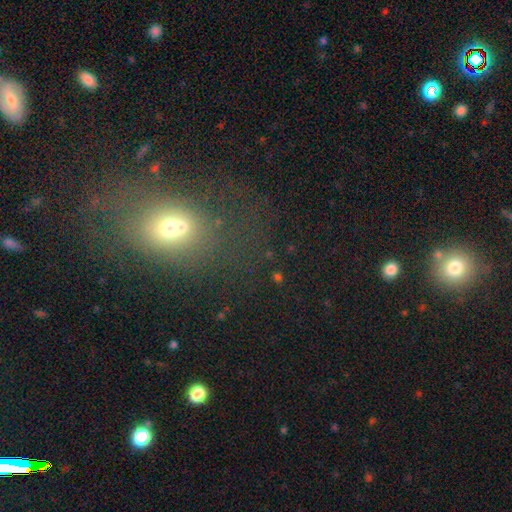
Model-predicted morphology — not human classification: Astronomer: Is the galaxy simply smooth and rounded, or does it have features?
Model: smooth — 53% (runner-up: star or artifact, 30%).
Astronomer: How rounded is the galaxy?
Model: in between — 62%.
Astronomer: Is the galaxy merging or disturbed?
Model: none — 57%.